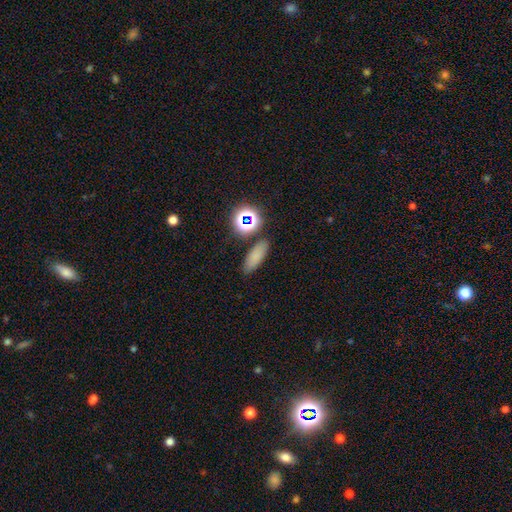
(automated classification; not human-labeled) smooth_or_featured: smooth (p=0.74) [alt: star or artifact p=0.17]
how_rounded: in between (p=0.56) [alt: cigar-shaped p=0.35]
merging: none (p=0.84) [alt: minor disturbance p=0.09]